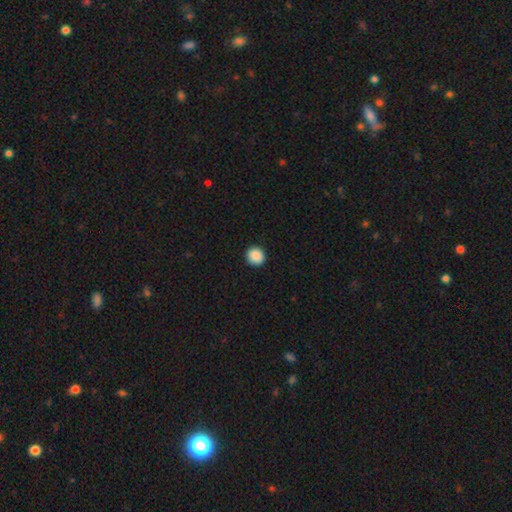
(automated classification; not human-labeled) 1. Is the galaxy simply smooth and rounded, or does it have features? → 89% smooth, 8% star or artifact, 3% featured or disk.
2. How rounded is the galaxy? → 92% round, 7% in between, 1% cigar-shaped.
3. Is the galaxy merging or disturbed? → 93% none, 5% minor disturbance, 2% major disturbance, 1% merger.